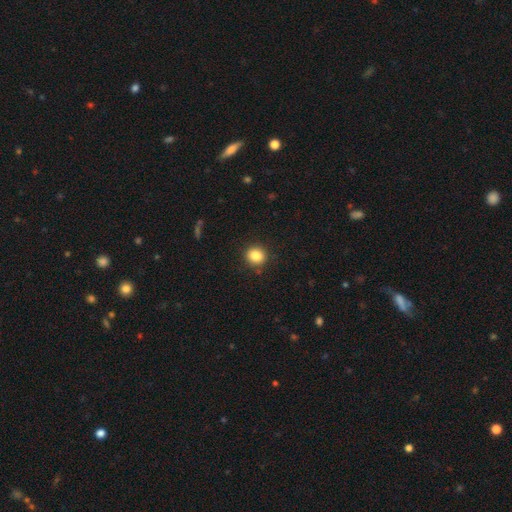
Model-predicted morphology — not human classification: This appears to be a smooth galaxy with no disk features (85%) that is round (86%). Merging: none (90%).